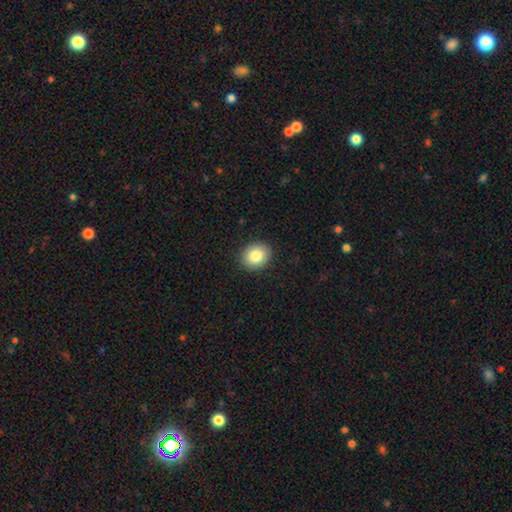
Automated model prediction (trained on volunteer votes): A smooth galaxy with no disk features (84%) that is round (61%). Merging: none (90%).